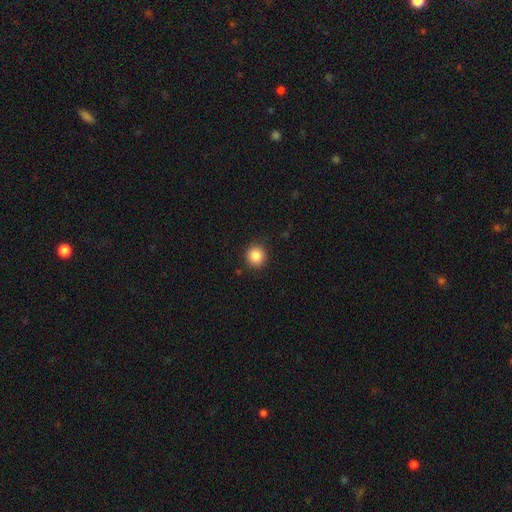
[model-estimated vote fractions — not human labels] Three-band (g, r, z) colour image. It shows a smooth galaxy with no disk features (86%) that is round (91%). Merging: none (90%).